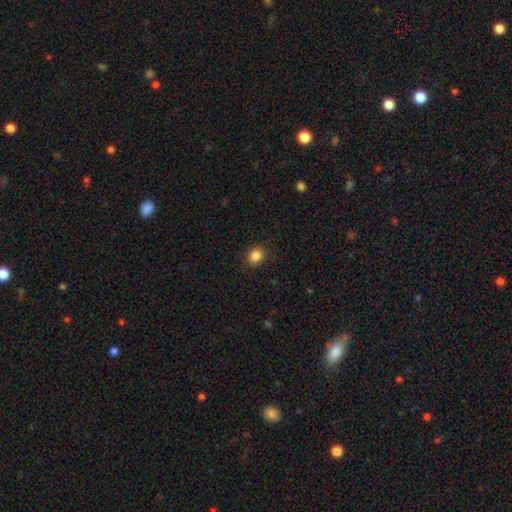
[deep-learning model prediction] smooth 85%, star or artifact 11%, featured or disk 4%. Down the decision tree: how rounded — round (68%); merging — none (88%).